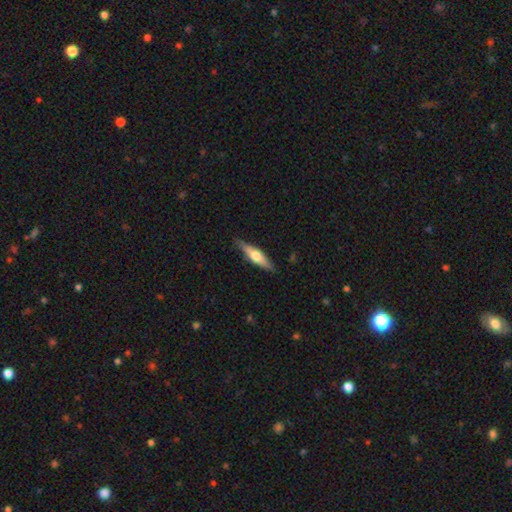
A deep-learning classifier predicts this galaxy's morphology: Smooth or featured?
  - featured or disk: 49% *
  - smooth: 46%
  - star or artifact: 5%
Merging?
  - none: 84% *
  - minor disturbance: 12%
  - major disturbance: 2%
  - merger: 1%